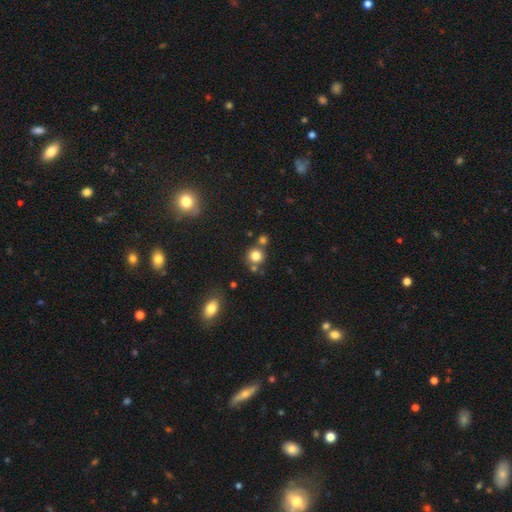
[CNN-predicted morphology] Overall: smooth (80%). How rounded: round (89%). Merging: none (70%).